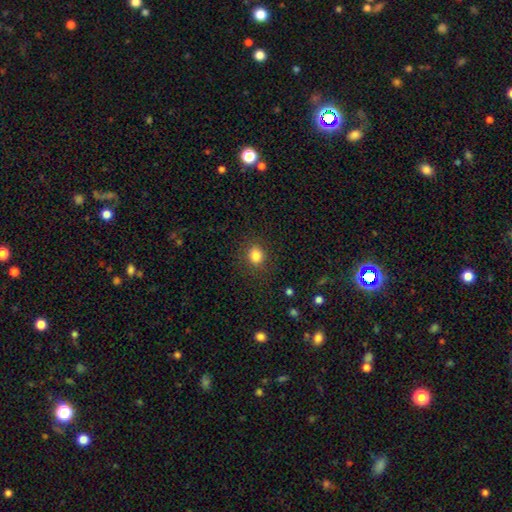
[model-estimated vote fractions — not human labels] Morphology: type=smooth (83%); roundness=round (72%); merging=none (86%).